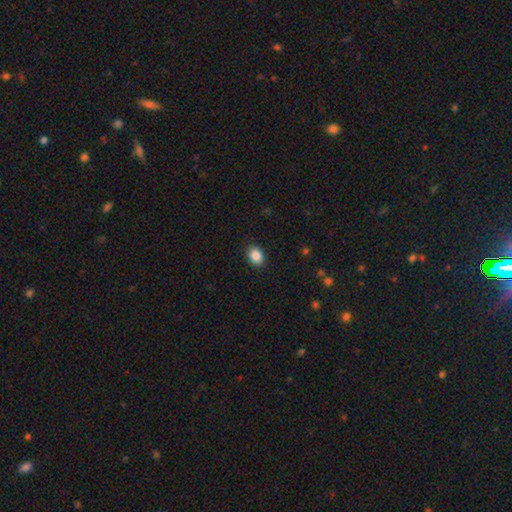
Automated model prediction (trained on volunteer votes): Smooth or featured? Predicted: smooth (p=0.88). How rounded? Predicted: in between (p=0.77). Merging? Predicted: none (p=0.89).